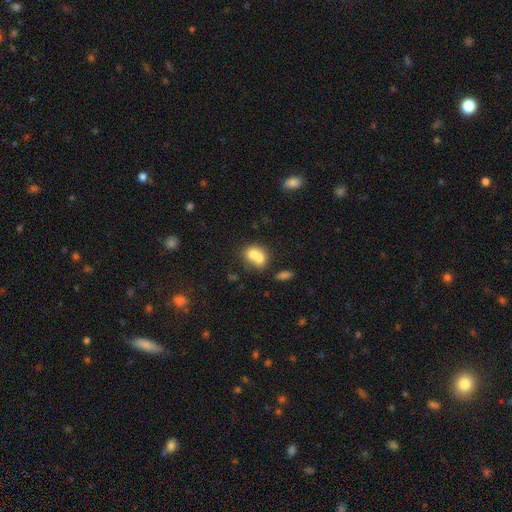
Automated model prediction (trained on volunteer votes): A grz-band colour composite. It shows a smooth galaxy with no disk features (69%) that is round (59%). Merging: merger (68%).